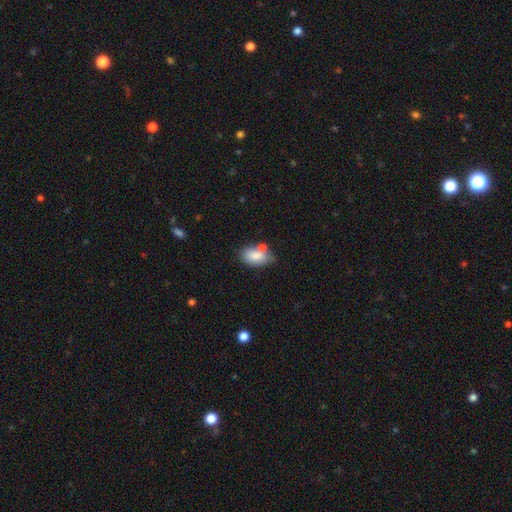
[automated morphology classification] Q: Smooth or featured?
A: smooth (83%); runner-up: featured or disk (10%)
Q: How rounded?
A: in between (91%); runner-up: round (6%)
Q: Merging?
A: none (54%); runner-up: minor disturbance (21%)